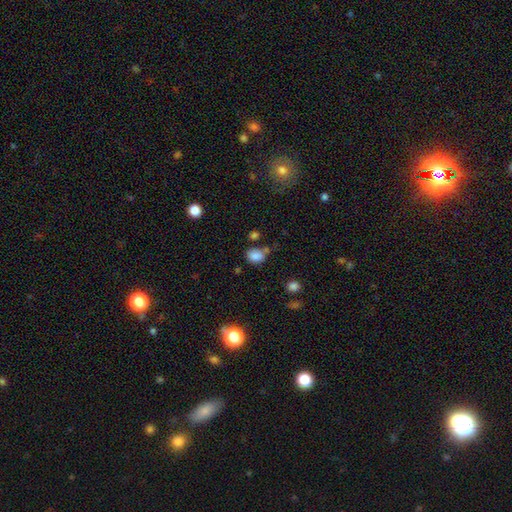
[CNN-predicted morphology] Smooth or featured?
  - smooth: 83% *
  - star or artifact: 12%
  - featured or disk: 6%
How rounded?
  - in between: 52% *
  - round: 47%
  - cigar-shaped: 1%
Merging?
  - none: 60% *
  - minor disturbance: 20%
  - merger: 13%
  - major disturbance: 6%